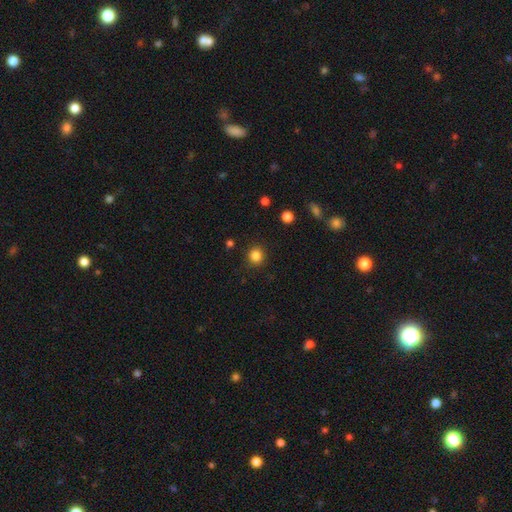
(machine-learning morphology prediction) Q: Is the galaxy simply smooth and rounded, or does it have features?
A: smooth — 84%.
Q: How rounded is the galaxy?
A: round — 91%.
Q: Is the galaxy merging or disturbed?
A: none — 90%.